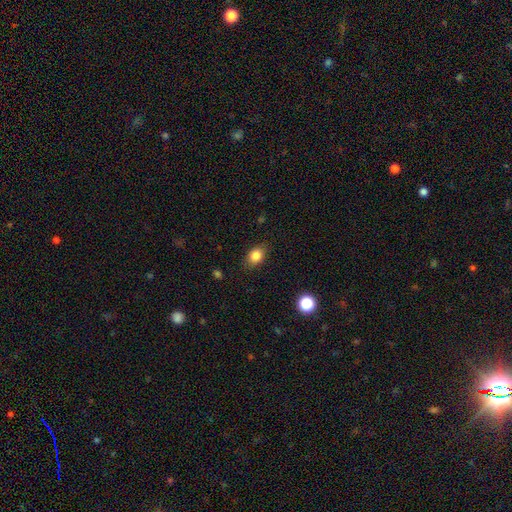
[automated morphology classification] type=smooth (84%); roundness=in between (71%); merging=none (84%).